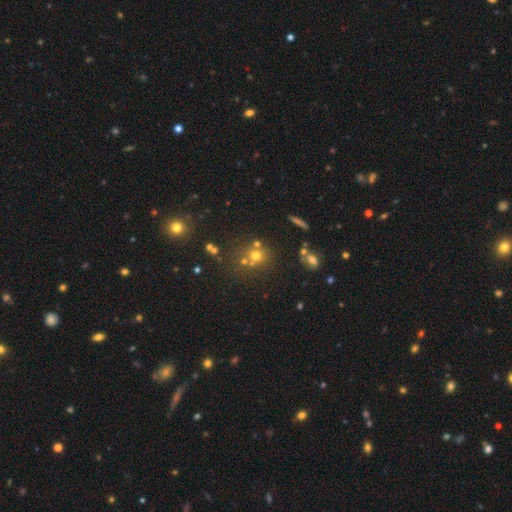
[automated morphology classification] This appears to be a smooth galaxy with no disk features (60%) that is round (85%). Merging: none (60%).